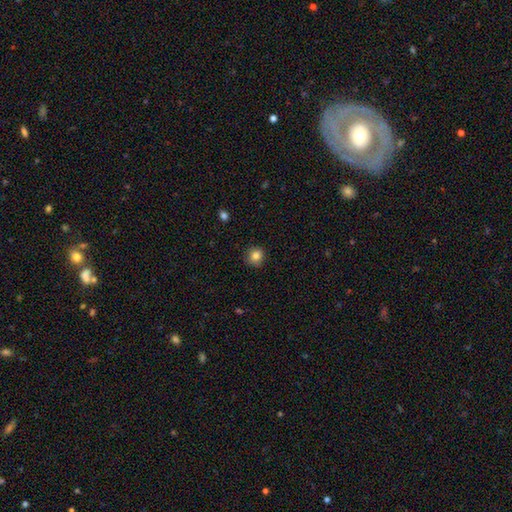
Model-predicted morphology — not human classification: type=smooth (84%); roundness=round (90%); merging=none (87%).